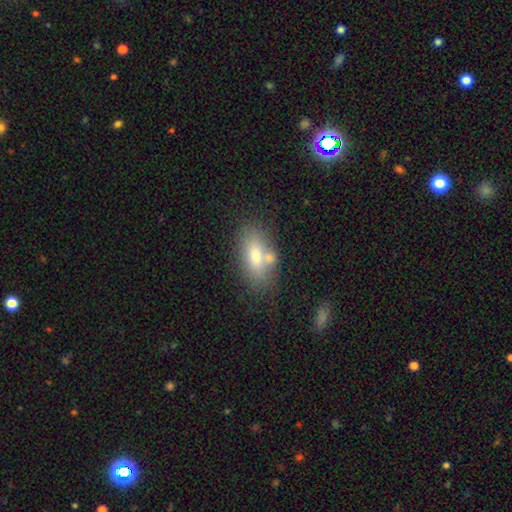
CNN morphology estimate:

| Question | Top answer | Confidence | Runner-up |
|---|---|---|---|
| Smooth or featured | smooth | 73% | featured or disk (19%) |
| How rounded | in between | 86% | cigar-shaped (9%) |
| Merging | none | 60% | merger (20%) |